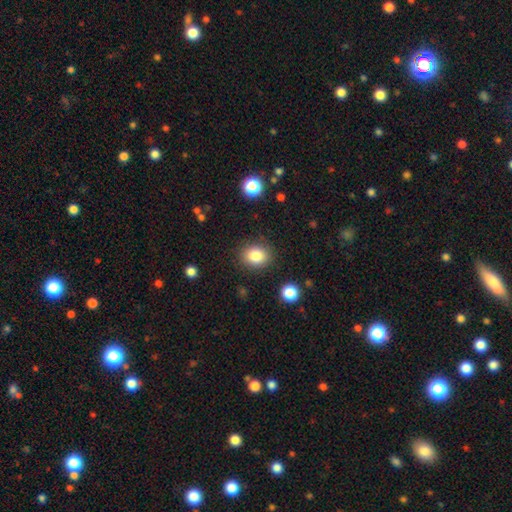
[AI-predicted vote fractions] smooth-or-featured: smooth: 83% | star or artifact: 10% | featured or disk: 7%
  how-rounded: round: 63% | in between: 37% | cigar-shaped: 1%
  merging: none: 86% | minor disturbance: 9% | major disturbance: 3% | merger: 2%